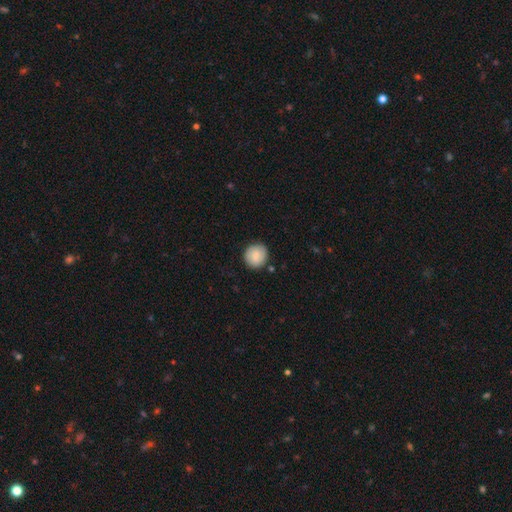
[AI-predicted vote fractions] smooth 77%, featured or disk 16%, star or artifact 7%. Down the decision tree: how rounded — round (90%); merging — none (85%).